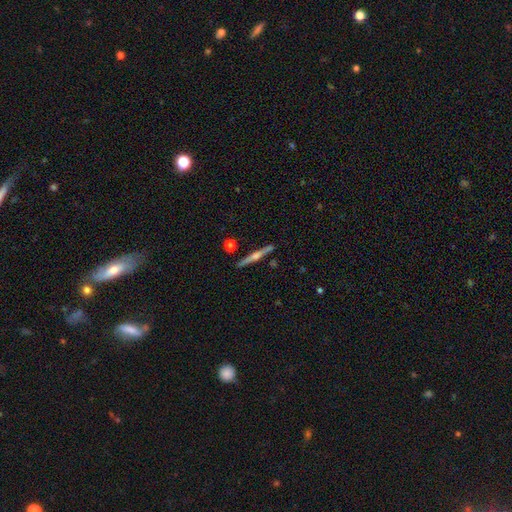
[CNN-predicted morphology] featured or disk 73%, smooth 21%, star or artifact 6%. Down the decision tree: edge-on disk — yes (98%); edge-on bulge — rounded (78%); merging — none (89%).